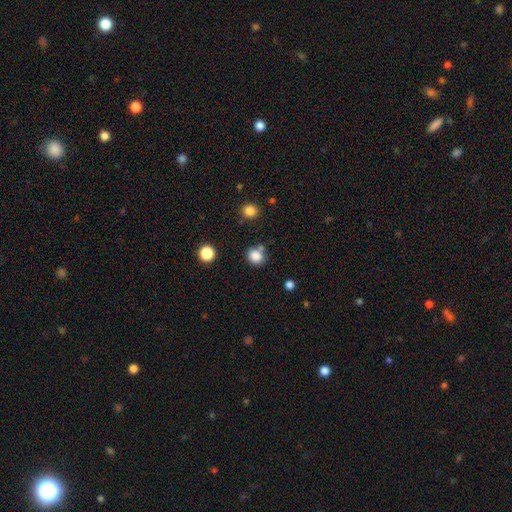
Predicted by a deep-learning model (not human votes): Morphology: type=smooth (84%); roundness=round (77%); merging=none (71%).